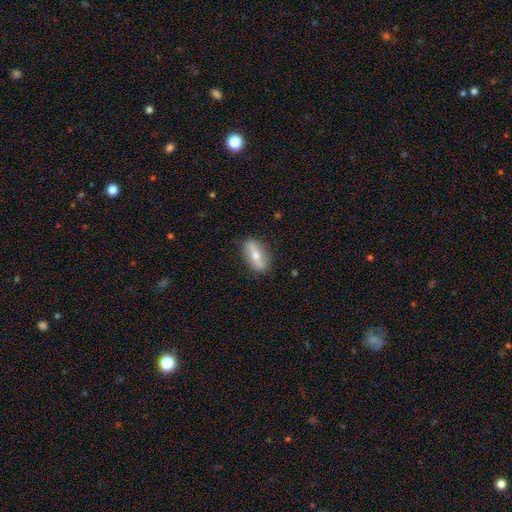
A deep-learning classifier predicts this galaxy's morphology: smooth_or_featured: featured or disk (p=0.50) [alt: smooth p=0.44]
disk_edge_on: no (p=0.52) [alt: yes p=0.48]
merging: none (p=0.85) [alt: minor disturbance p=0.11]